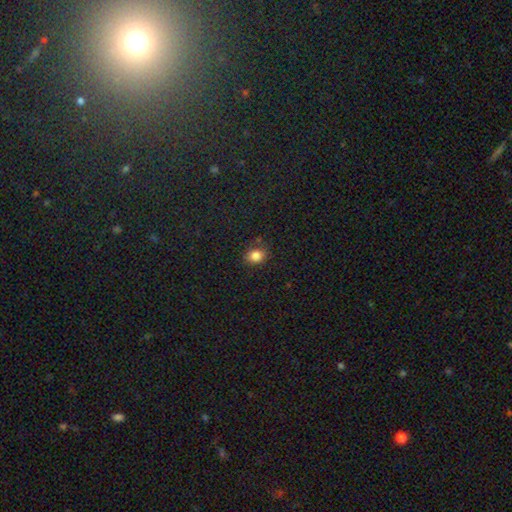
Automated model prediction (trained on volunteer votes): Smooth or featured?
  - smooth: 83% *
  - star or artifact: 11%
  - featured or disk: 5%
How rounded?
  - round: 52% *
  - in between: 47%
  - cigar-shaped: 1%
Merging?
  - none: 79% *
  - minor disturbance: 15%
  - major disturbance: 4%
  - merger: 3%